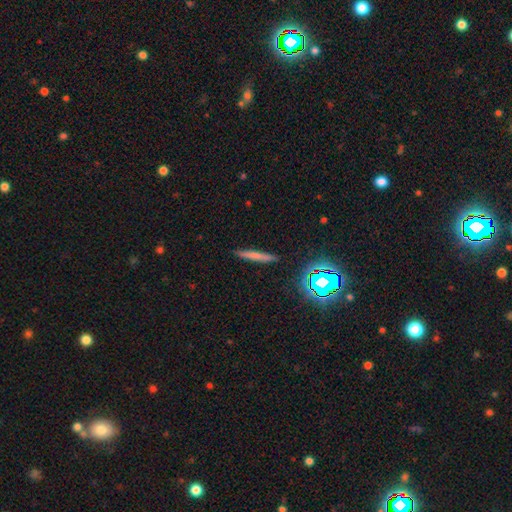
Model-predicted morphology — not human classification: Smooth or featured?
  - smooth: 61% *
  - featured or disk: 25%
  - star or artifact: 15%
How rounded?
  - cigar-shaped: 93% *
  - in between: 4%
  - round: 3%
Merging?
  - none: 89% *
  - minor disturbance: 8%
  - major disturbance: 2%
  - merger: 1%